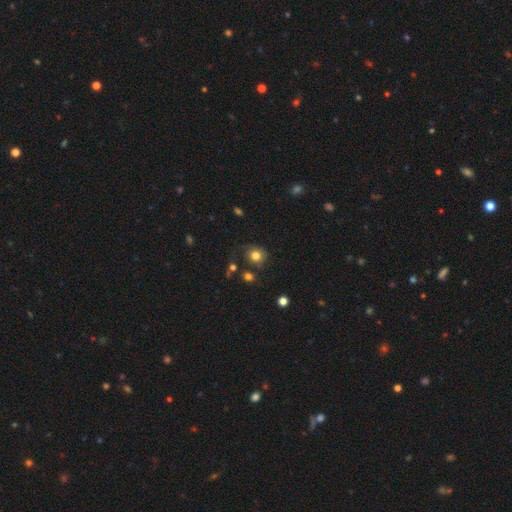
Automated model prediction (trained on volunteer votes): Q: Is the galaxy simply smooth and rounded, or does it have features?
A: smooth — 78%.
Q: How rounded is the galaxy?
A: round — 81%.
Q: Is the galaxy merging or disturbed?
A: none — 67%.